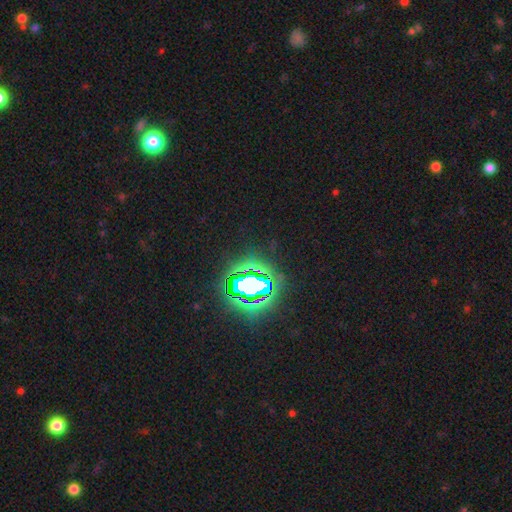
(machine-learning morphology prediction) Smooth or featured?
  - star or artifact: 84% *
  - smooth: 10%
  - featured or disk: 6%